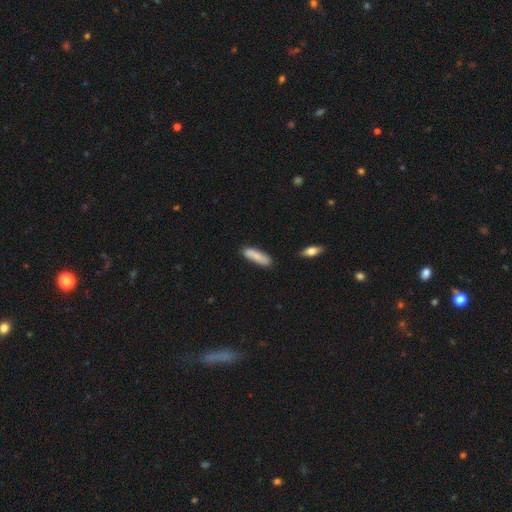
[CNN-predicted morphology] Smooth or featured? Predicted: smooth (p=0.80). How rounded? Predicted: cigar-shaped (p=0.58). Merging? Predicted: none (p=0.78).